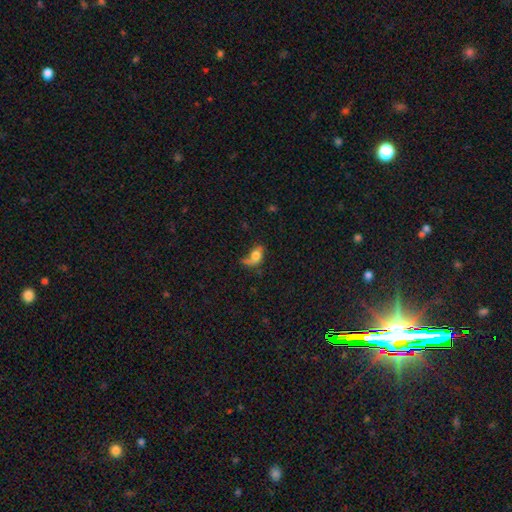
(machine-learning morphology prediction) Overall: smooth (56%; featured or disk 33%). How rounded: in between (73%). Merging: none (34%; major disturbance 31%).